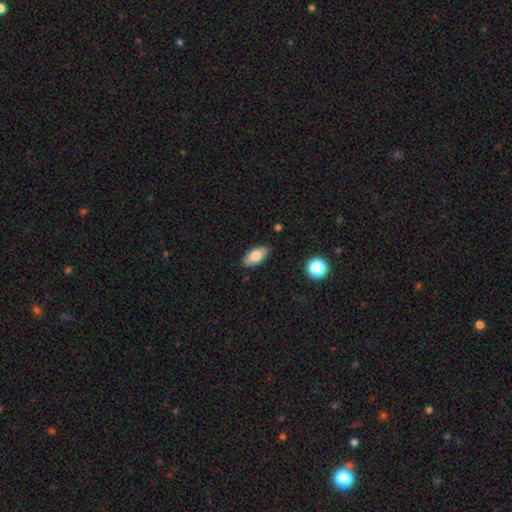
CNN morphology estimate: This is clearly a smooth galaxy (83%). How rounded: clearly in between (91%). Merging: clearly none (85%).